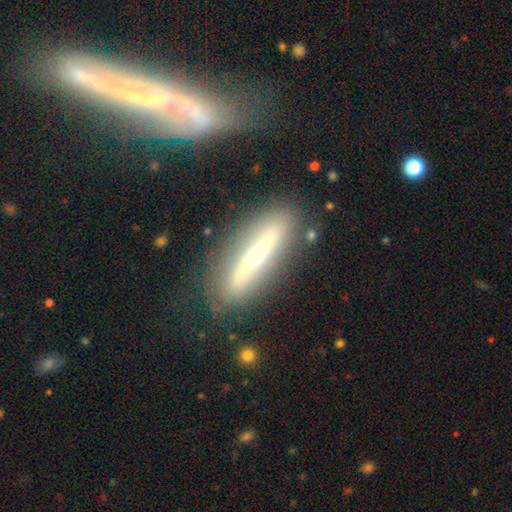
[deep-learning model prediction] smooth_or_featured: featured or disk (p=0.65) [alt: smooth p=0.27]
disk_edge_on: yes (p=0.62) [alt: no p=0.38]
merging: none (p=0.79) [alt: minor disturbance p=0.13]